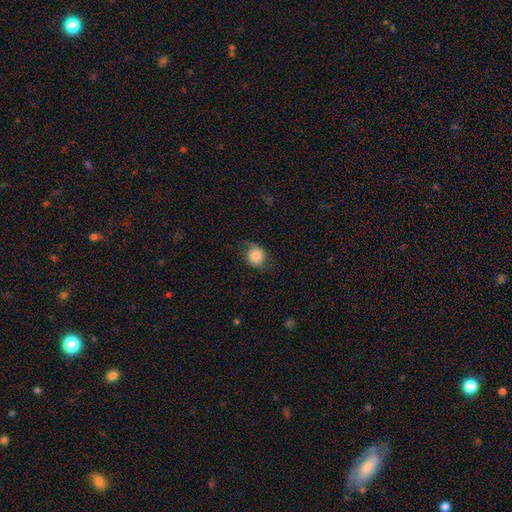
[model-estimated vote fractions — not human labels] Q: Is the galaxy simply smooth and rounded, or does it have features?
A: smooth — 78%.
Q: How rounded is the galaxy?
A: round — 74%.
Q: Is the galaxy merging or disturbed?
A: none — 70%.